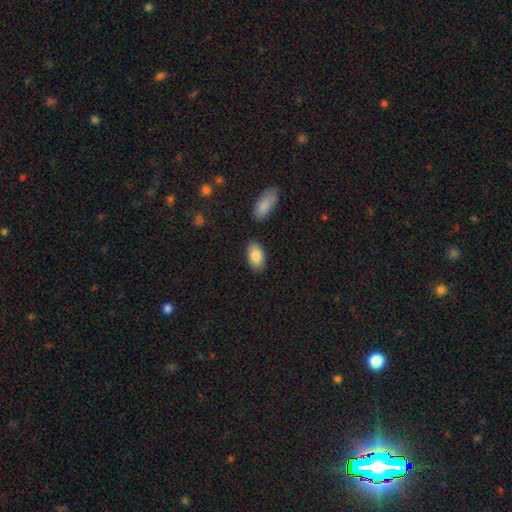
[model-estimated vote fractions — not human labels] smooth 88%, featured or disk 6%, star or artifact 6%. Down the decision tree: how rounded — in between (94%); merging — none (83%).